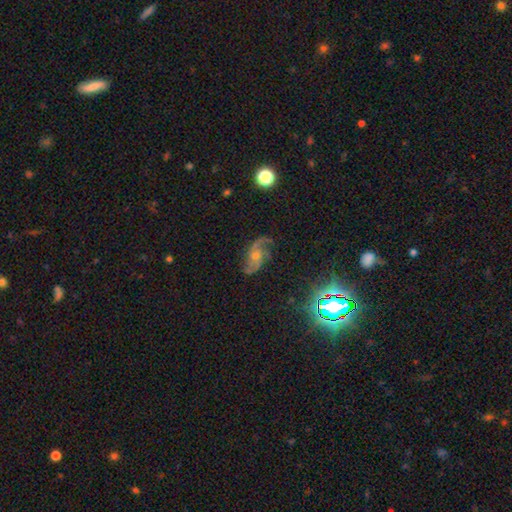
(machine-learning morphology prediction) Overall: featured or disk (79%). Edge-on disk: no (96%). Bar: no (69%). Spiral arms: yes (96%). Spiral arm count: 2 (70%). Spiral winding: loose (50%; medium 38%). Bulge size: moderate (48%; small 44%). Merging: none (67%).